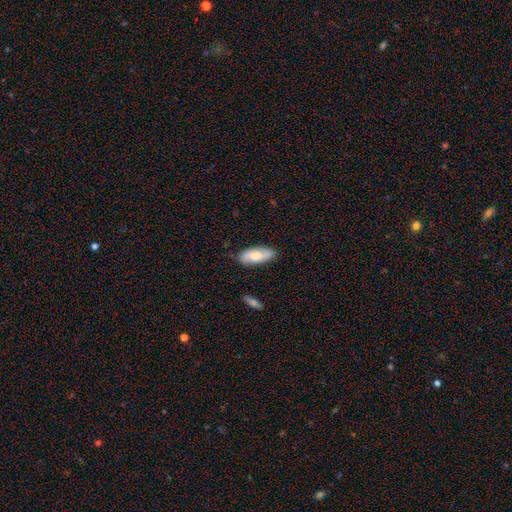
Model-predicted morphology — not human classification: The model was most divided on "smooth or featured": smooth: 71%, featured or disk: 23%, star or artifact: 6%. More confident: merging — none (81%); how rounded — in between (79%).